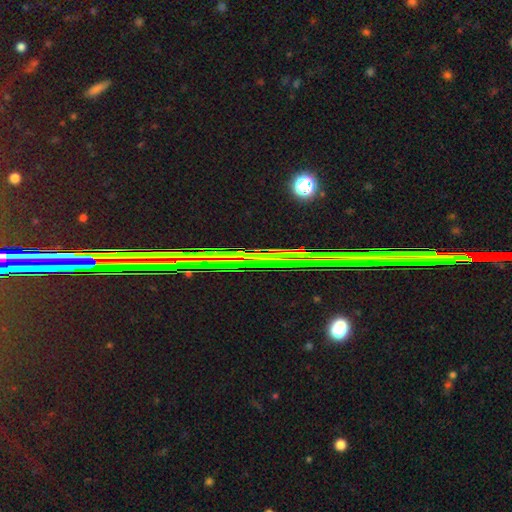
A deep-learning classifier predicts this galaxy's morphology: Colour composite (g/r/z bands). It shows a star or artifact, not a galaxy (77%).